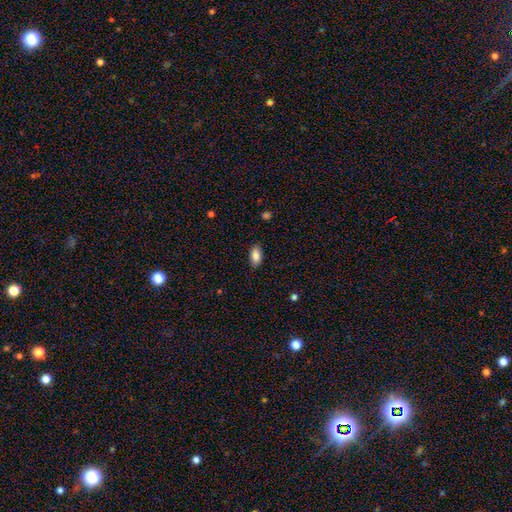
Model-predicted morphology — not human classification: The model was most divided on "merging": none: 87%, minor disturbance: 10%, major disturbance: 2%, merger: 1%. More confident: how rounded — in between (92%); smooth or featured — smooth (86%).